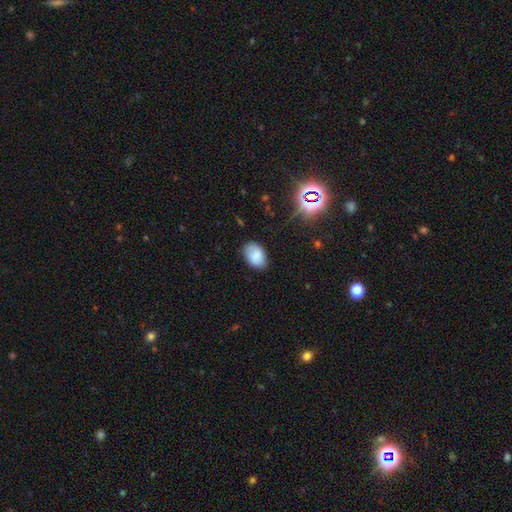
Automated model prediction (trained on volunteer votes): A smooth galaxy with no disk features (83%) that is in between round and cigar-shaped (89%). Merging: none (79%).